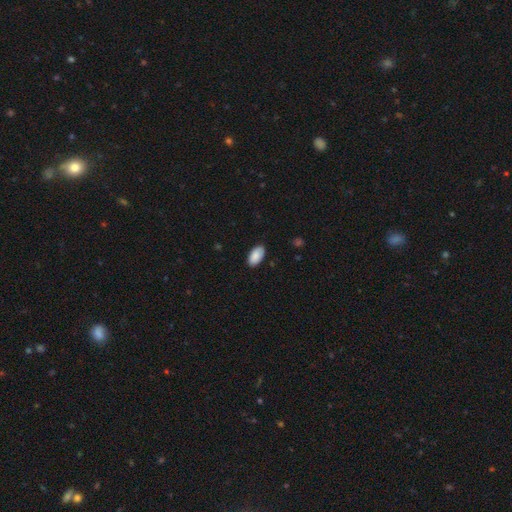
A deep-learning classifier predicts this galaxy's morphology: Overall: smooth (88%). How rounded: in between (96%). Merging: none (86%).